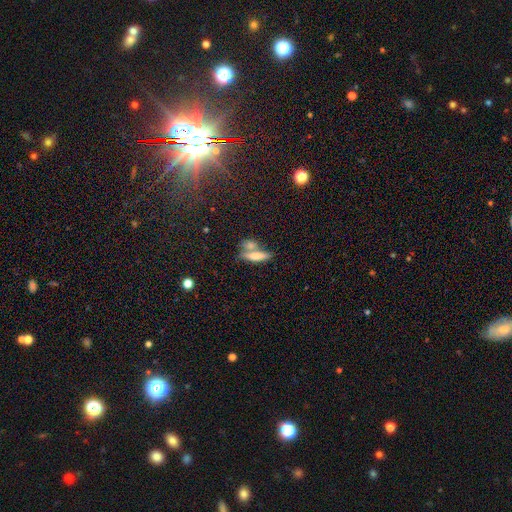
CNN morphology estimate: This is likely a smooth galaxy (65%). How rounded: possibly cigar-shaped (60%). Merging: possibly none (47%).